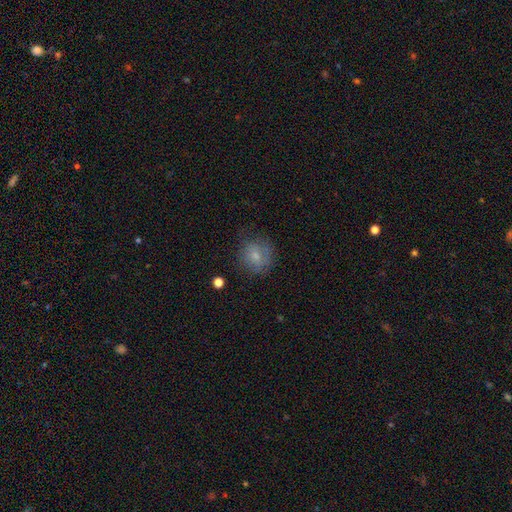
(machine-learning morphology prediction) smooth-or-featured: smooth: 71% | featured or disk: 20% | star or artifact: 10%
  how-rounded: round: 84% | in between: 15% | cigar-shaped: 1%
  merging: none: 69% | minor disturbance: 20% | major disturbance: 9% | merger: 2%